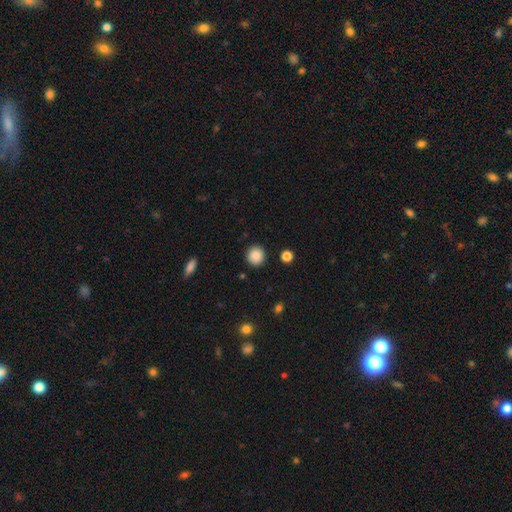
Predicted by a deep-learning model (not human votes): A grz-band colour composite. It shows a smooth galaxy with no disk features (88%) that is round (93%). Merging: none (92%).